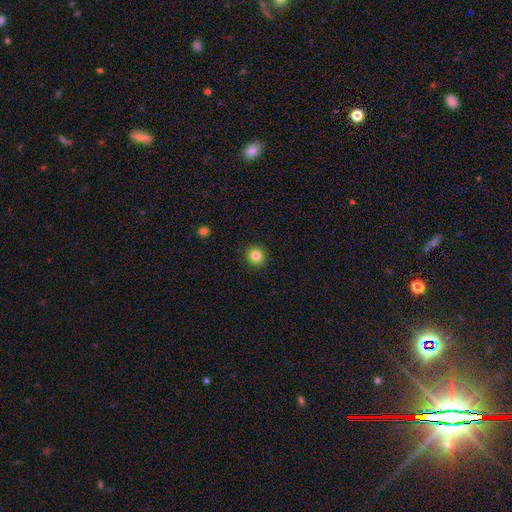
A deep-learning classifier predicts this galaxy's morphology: A smooth galaxy with no disk features (84%) that is round (94%). Merging: none (92%).